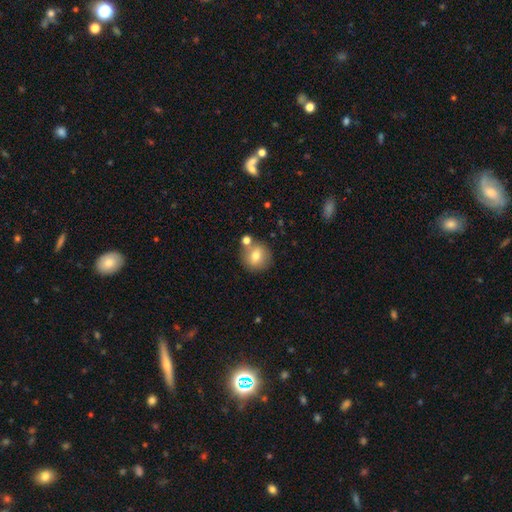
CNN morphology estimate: Smooth or featured?
  - smooth: 74% *
  - featured or disk: 17%
  - star or artifact: 9%
How rounded?
  - round: 90% *
  - in between: 9%
  - cigar-shaped: 1%
Merging?
  - none: 73% *
  - merger: 14%
  - minor disturbance: 10%
  - major disturbance: 3%